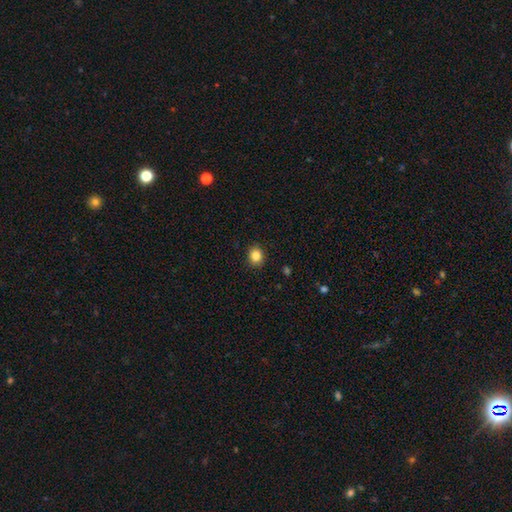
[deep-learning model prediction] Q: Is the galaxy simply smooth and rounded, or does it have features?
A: smooth — 85%.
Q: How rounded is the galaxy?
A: round — 68%.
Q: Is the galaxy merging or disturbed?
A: none — 90%.